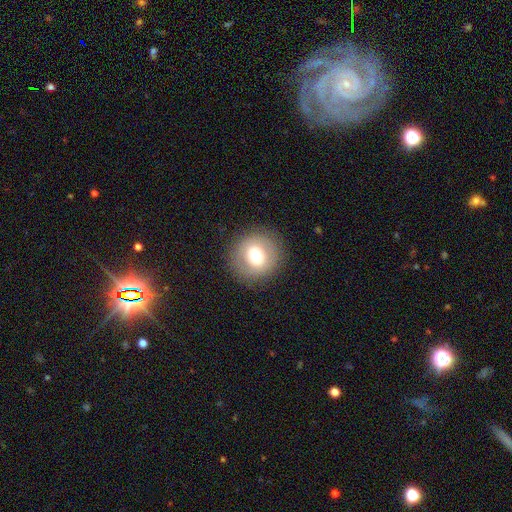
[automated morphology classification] This appears to be a smooth galaxy with no disk features (67%) that is round (90%). Merging: none (88%).